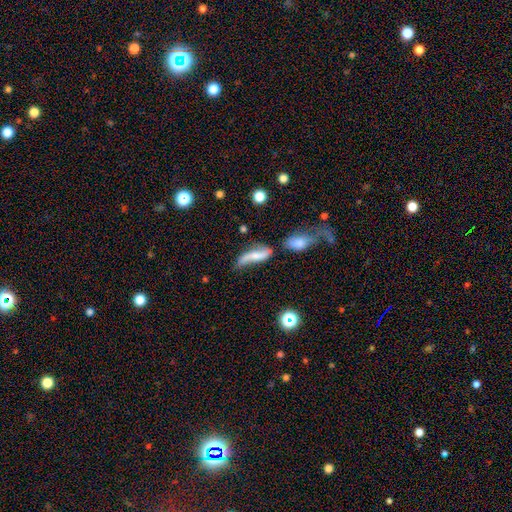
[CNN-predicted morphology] A featured or disk galaxy (56%).

Vote fractions:
- Smooth or featured? featured or disk: 56% / smooth: 36% / star or artifact: 8%
- Edge-on disk? no: 80% / yes: 20%
- Merging? none: 44% / minor disturbance: 25% / merger: 17% / major disturbance: 14%